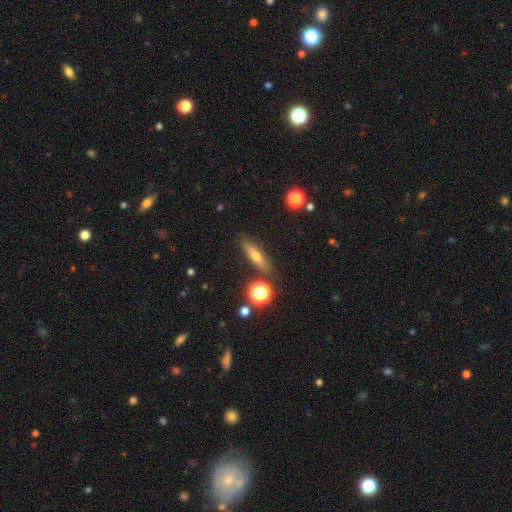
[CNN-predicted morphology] smooth 53%, featured or disk 35%, star or artifact 12%. Down the decision tree: how rounded — cigar-shaped (69%); merging — none (85%).